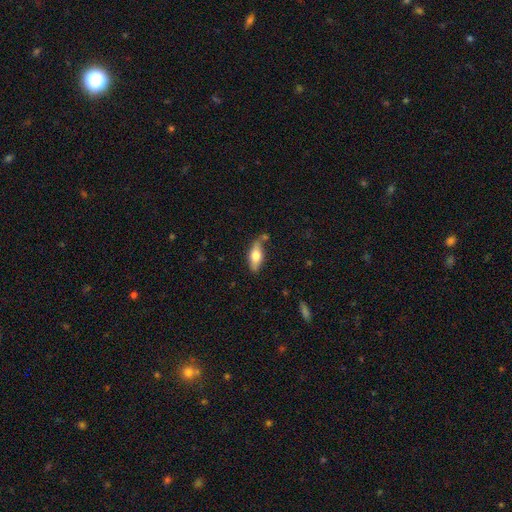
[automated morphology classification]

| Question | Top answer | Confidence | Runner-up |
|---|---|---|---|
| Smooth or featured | smooth | 61% | featured or disk (33%) |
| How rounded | in between | 70% | cigar-shaped (27%) |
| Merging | none | 65% | minor disturbance (21%) |